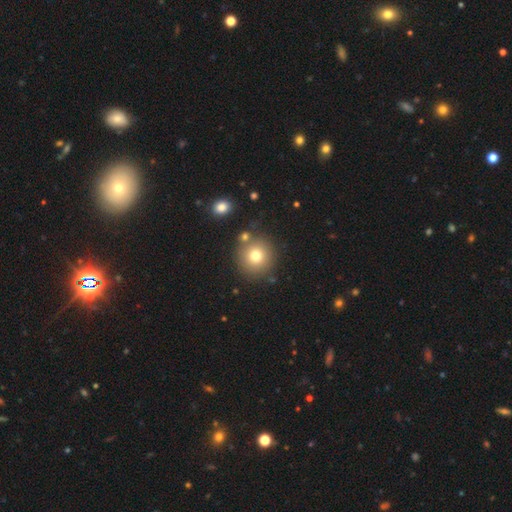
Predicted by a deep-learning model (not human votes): Overall: smooth (75%). How rounded: round (94%). Merging: none (79%).